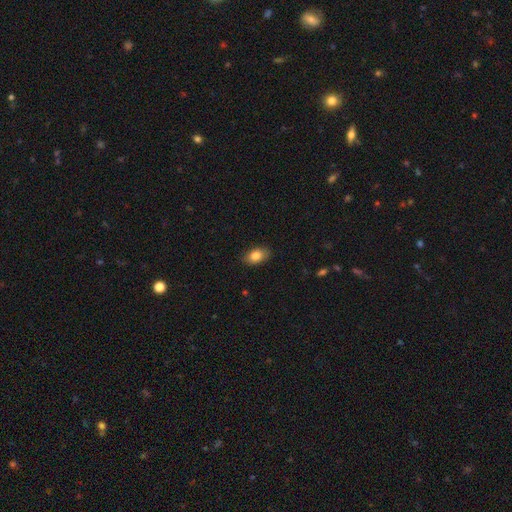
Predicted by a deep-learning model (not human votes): Smooth or featured? Predicted: smooth (p=0.83). How rounded? Predicted: in between (p=0.89). Merging? Predicted: none (p=0.85).